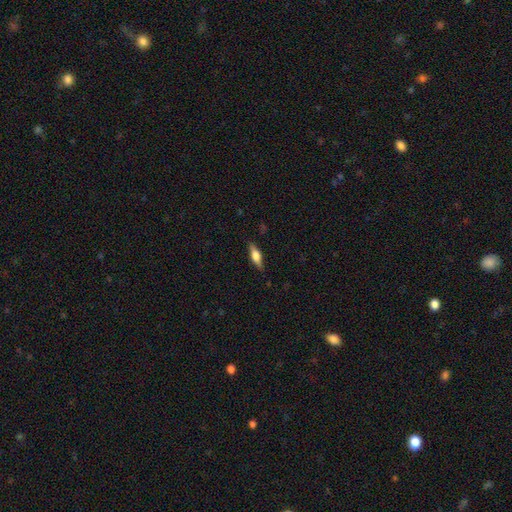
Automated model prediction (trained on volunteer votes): Smooth or featured?
  - smooth: 49% *
  - featured or disk: 44%
  - star or artifact: 7%
Merging?
  - none: 84% *
  - minor disturbance: 12%
  - major disturbance: 3%
  - merger: 1%